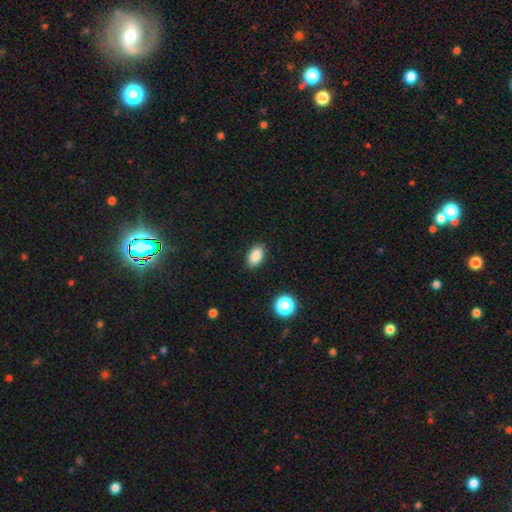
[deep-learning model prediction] A smooth galaxy with no disk features (86%) that is in between round and cigar-shaped (91%). Merging: none (88%).